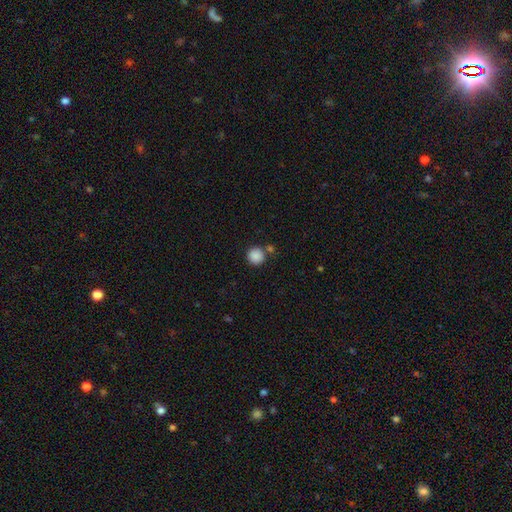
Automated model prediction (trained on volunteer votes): Q: Smooth or featured?
A: smooth (88%); runner-up: star or artifact (9%)
Q: How rounded?
A: round (94%); runner-up: in between (6%)
Q: Merging?
A: none (78%); runner-up: merger (10%)